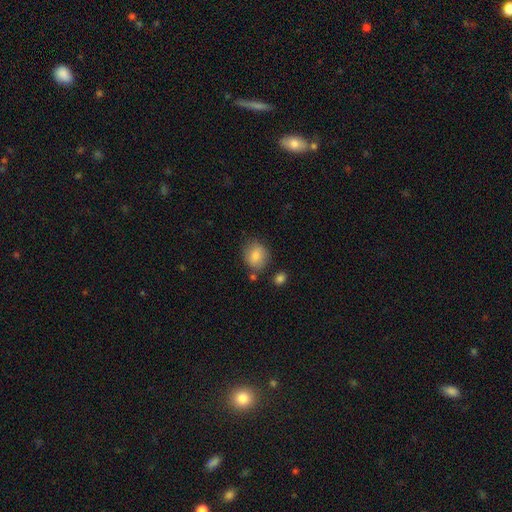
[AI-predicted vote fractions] Morphology: type=smooth (82%); roundness=round (63%); merging=none (72%).